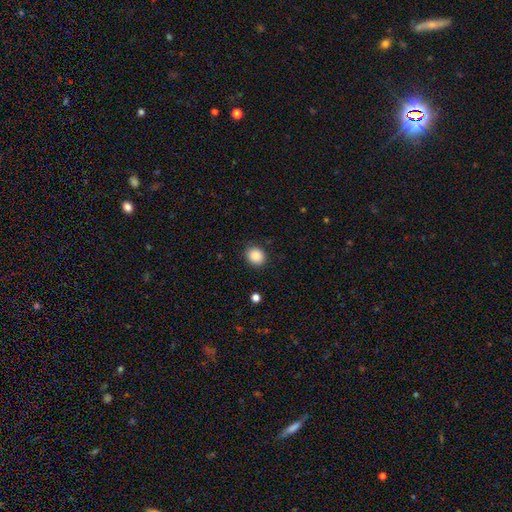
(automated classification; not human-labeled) Overall: smooth (88%). How rounded: round (66%; in between 33%). Merging: none (87%).